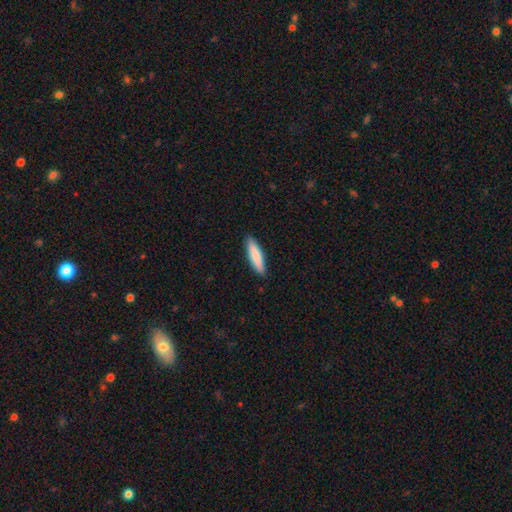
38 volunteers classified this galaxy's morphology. Overall: smooth (87%). How rounded: cigar-shaped (91%). Merging: none (87%).